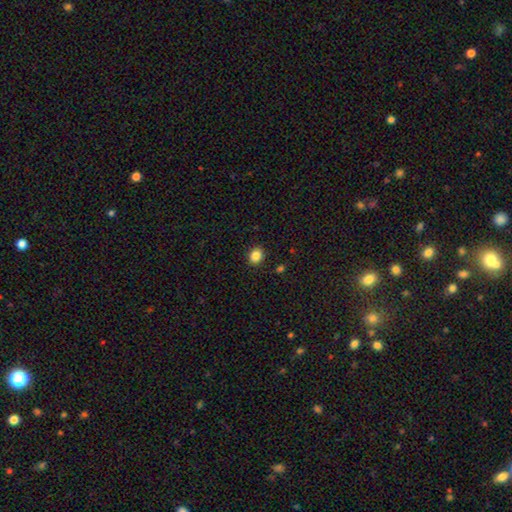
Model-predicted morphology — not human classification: A smooth galaxy with no disk features (86%) that is round (62%). Merging: none (91%).